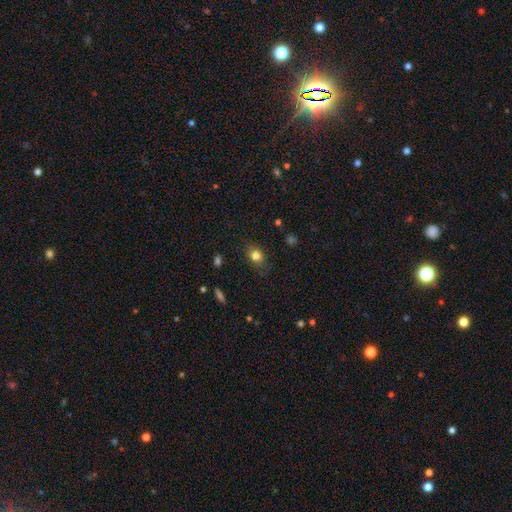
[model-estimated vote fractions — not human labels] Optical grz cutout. It shows a smooth galaxy with no disk features (80%) that is in between round and cigar-shaped (66%). Merging: none (81%).